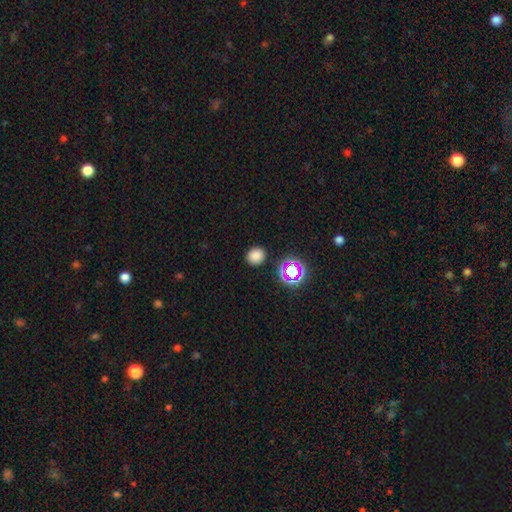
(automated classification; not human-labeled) This appears to be a smooth galaxy with no disk features (77%) that is round (75%). Merging: none (88%).